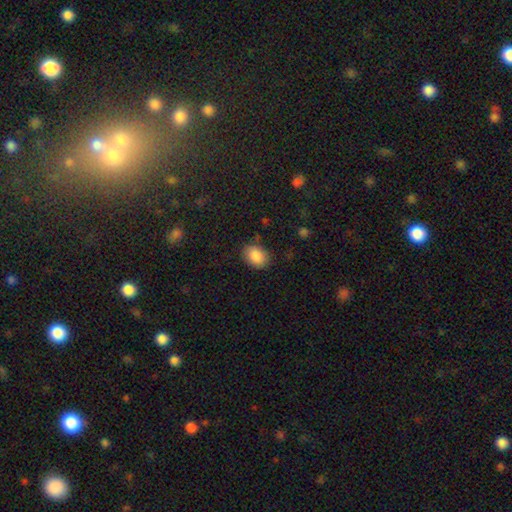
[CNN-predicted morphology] This appears to be a smooth galaxy with no disk features (87%) that is in between round and cigar-shaped (70%). Merging: none (81%).